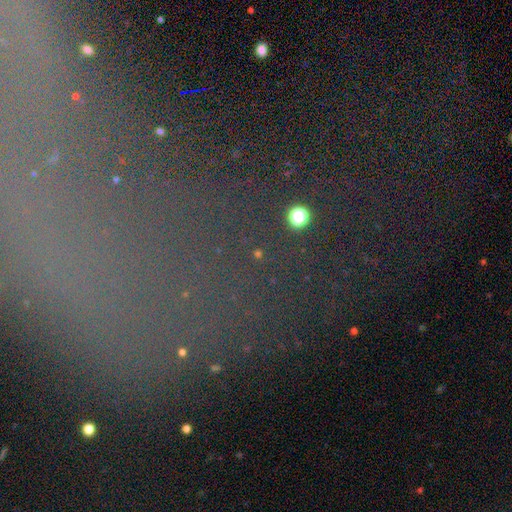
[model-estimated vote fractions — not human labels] Morphology: type=star or artifact (68%).